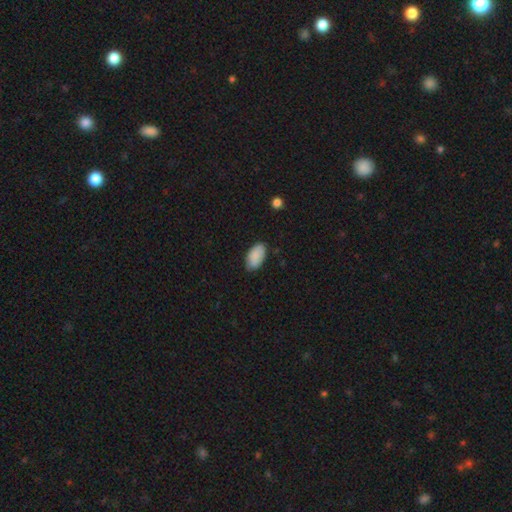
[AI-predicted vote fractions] A smooth galaxy with no disk features (88%) that is in between round and cigar-shaped (95%). Merging: none (81%).